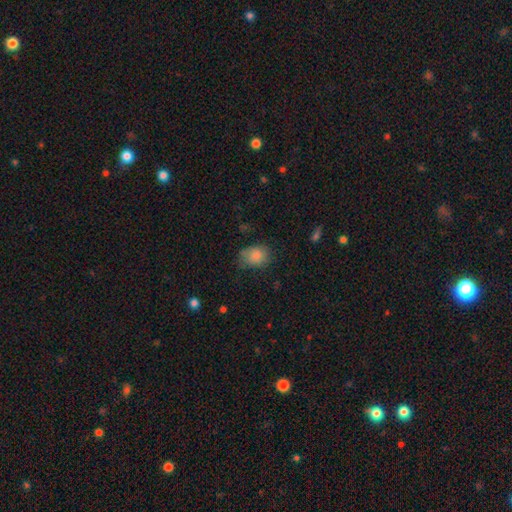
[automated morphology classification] A smooth galaxy with no disk features (84%) that is in between round and cigar-shaped (64%).

Vote fractions:
- Smooth or featured? smooth: 84% / star or artifact: 9% / featured or disk: 7%
- How rounded? in between: 64% / round: 35% / cigar-shaped: 1%
- Merging? none: 61% / minor disturbance: 29% / major disturbance: 8% / merger: 2%